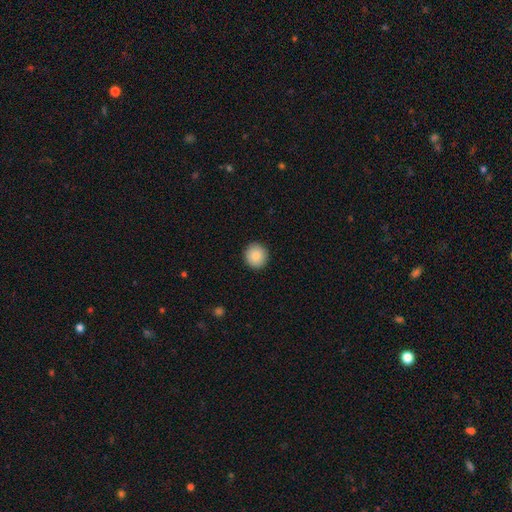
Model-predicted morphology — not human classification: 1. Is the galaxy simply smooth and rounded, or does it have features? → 87% smooth, 8% star or artifact, 5% featured or disk.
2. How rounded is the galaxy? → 92% round, 7% in between, 1% cigar-shaped.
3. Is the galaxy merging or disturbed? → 92% none, 5% minor disturbance, 2% major disturbance, 1% merger.